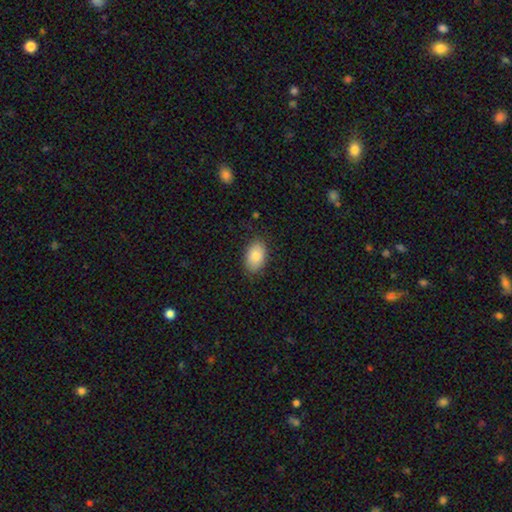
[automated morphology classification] Q: Smooth or featured?
A: smooth (83%); runner-up: featured or disk (10%)
Q: How rounded?
A: in between (90%); runner-up: round (9%)
Q: Merging?
A: none (84%); runner-up: minor disturbance (12%)